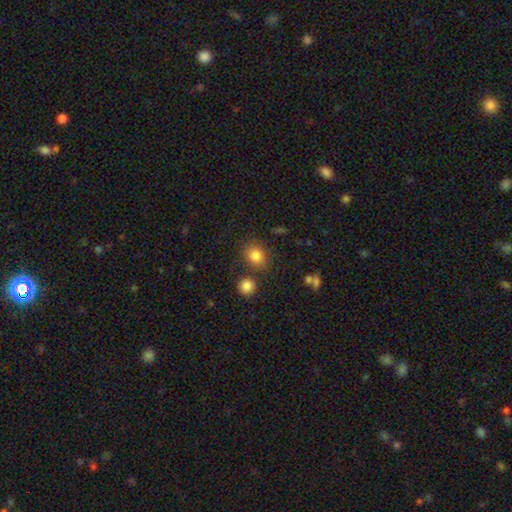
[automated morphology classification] smooth_or_featured: smooth (p=0.82) [alt: star or artifact p=0.11]
how_rounded: round (p=0.69) [alt: in between p=0.30]
merging: none (p=0.76) [alt: minor disturbance p=0.12]